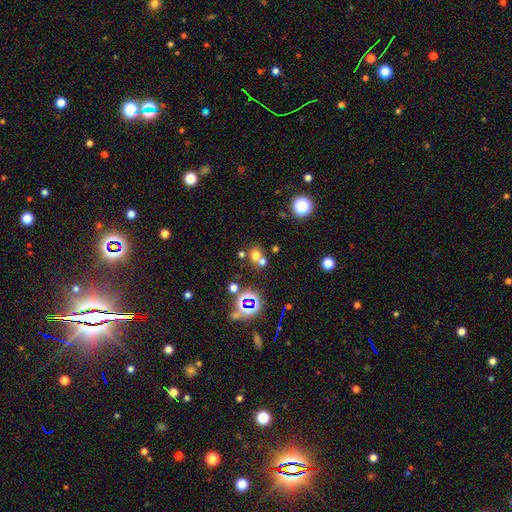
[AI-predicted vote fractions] Smooth or featured?
  - smooth: 62% *
  - star or artifact: 27%
  - featured or disk: 11%
How rounded?
  - round: 77% *
  - in between: 22%
  - cigar-shaped: 1%
Merging?
  - none: 50% *
  - merger: 39%
  - minor disturbance: 7%
  - major disturbance: 4%